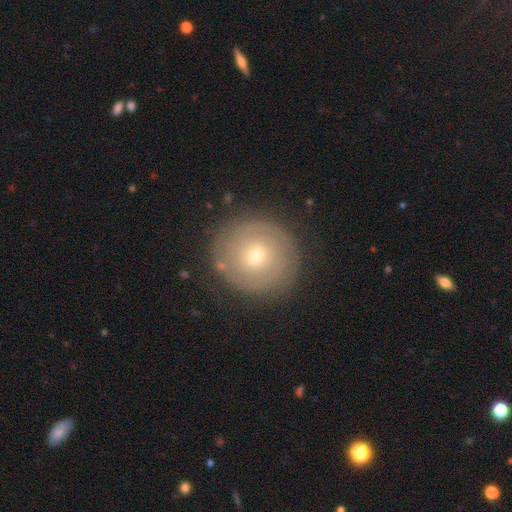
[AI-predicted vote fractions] A featured or disk galaxy (56%) with no bar (74%), spiral arms (72%) and a small central bulge (67%).

Vote fractions:
- Smooth or featured? featured or disk: 56% / smooth: 35% / star or artifact: 9%
- Edge-on disk? no: 97% / yes: 3%
- Bar? no: 74% / weak: 21% / strong: 5%
- Spiral arms? yes: 72% / no: 28%
- Bulge size? small: 67% / moderate: 29% / large: 2% / dominant: 1% / none: 1%
- Merging? none: 85% / minor disturbance: 10% / major disturbance: 3% / merger: 2%